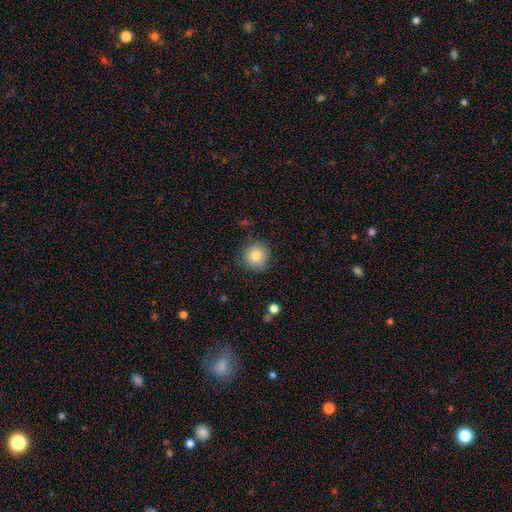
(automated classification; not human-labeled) smooth_or_featured: smooth (p=0.83) [alt: star or artifact p=0.09]
how_rounded: round (p=0.92) [alt: in between p=0.07]
merging: none (p=0.86) [alt: minor disturbance p=0.10]